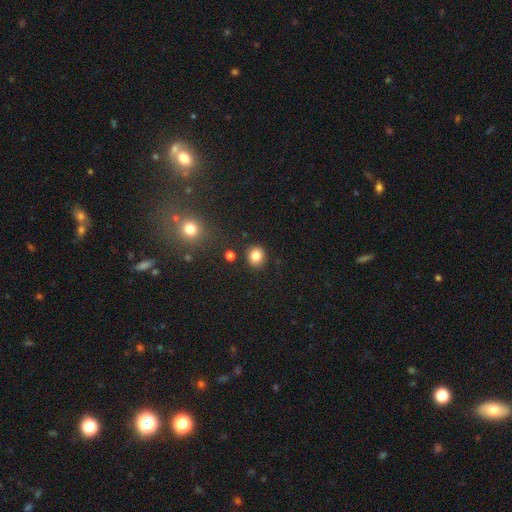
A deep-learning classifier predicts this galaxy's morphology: A smooth galaxy with no disk features (83%) that is round (84%).

Vote fractions:
- Smooth or featured? smooth: 83% / star or artifact: 11% / featured or disk: 6%
- How rounded? round: 84% / in between: 15% / cigar-shaped: 1%
- Merging? none: 88% / minor disturbance: 6% / merger: 3% / major disturbance: 2%